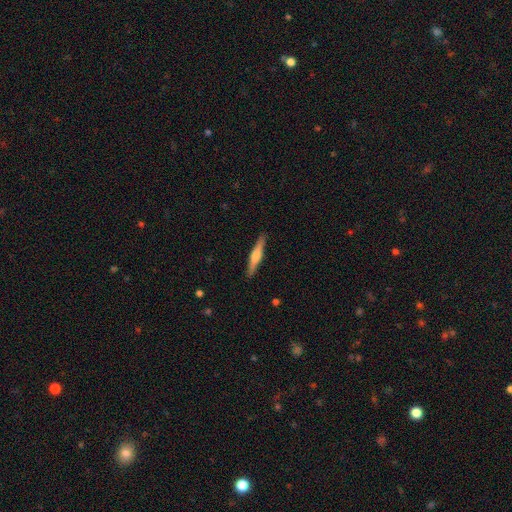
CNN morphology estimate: The model was most divided on "smooth or featured": featured or disk: 54%, smooth: 41%, star or artifact: 6%. More confident: edge-on disk — yes (97%); merging — none (91%); edge-on bulge — rounded (77%).